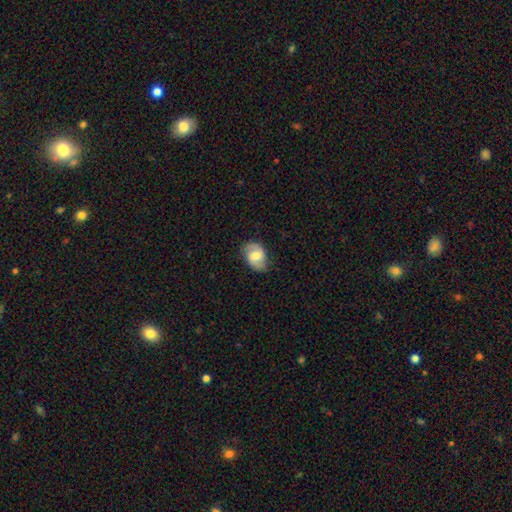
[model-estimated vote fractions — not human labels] Overall: featured or disk (54%; smooth 40%). Edge-on disk: no (96%). Bar: weak (50%; no 33%). Spiral arms: yes (85%). Bulge size: moderate (60%; small 25%). Merging: none (76%).